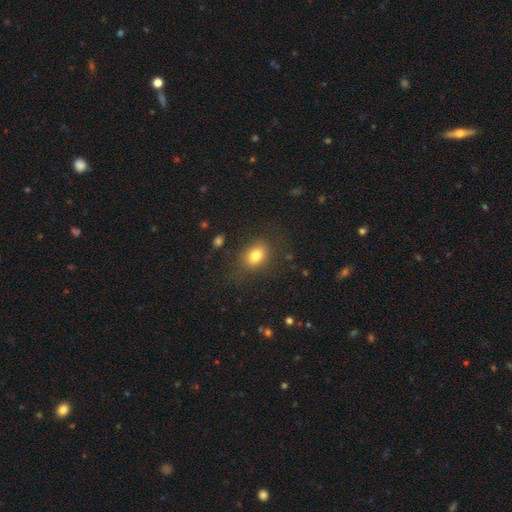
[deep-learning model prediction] Overall: smooth (79%). How rounded: in between (60%; round 39%). Merging: none (77%).